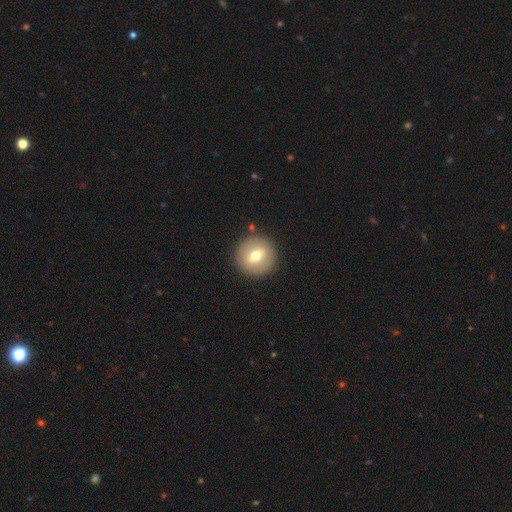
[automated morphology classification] A smooth galaxy with no disk features (62%) that is round (92%). Merging: none (89%).